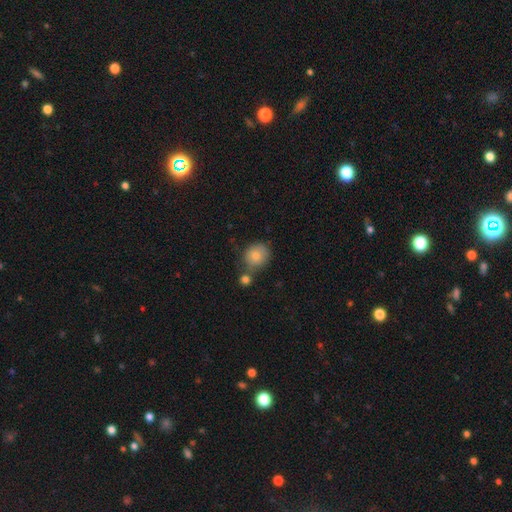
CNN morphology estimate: smooth_or_featured: smooth (p=0.81) [alt: featured or disk p=0.10]
how_rounded: round (p=0.79) [alt: in between p=0.20]
merging: none (p=0.61) [alt: merger p=0.21]